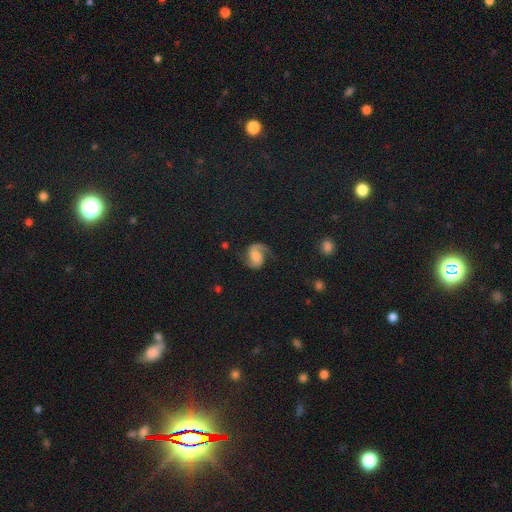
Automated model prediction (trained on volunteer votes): Smooth or featured? Predicted: featured or disk (p=0.81). Edge-on disk? Predicted: no (p=0.98). Bar? Predicted: no (p=0.51). Spiral arms? Predicted: yes (p=0.97). Spiral winding? Predicted: medium (p=0.50). Spiral arm count? Predicted: 2 (p=0.89). Bulge size? Predicted: moderate (p=0.36). Merging? Predicted: none (p=0.73).